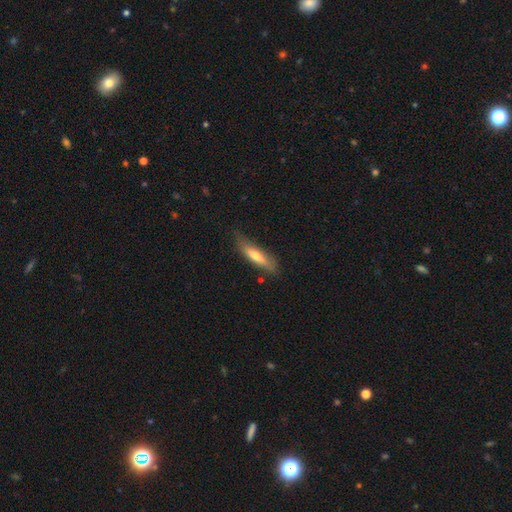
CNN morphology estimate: Smooth or featured?
  - smooth: 57% *
  - featured or disk: 37%
  - star or artifact: 6%
How rounded?
  - cigar-shaped: 77% *
  - in between: 21%
  - round: 2%
Merging?
  - none: 76% *
  - minor disturbance: 19%
  - major disturbance: 4%
  - merger: 2%